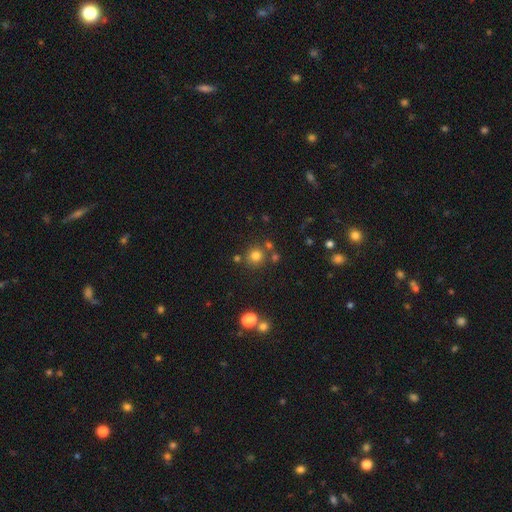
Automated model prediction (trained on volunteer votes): Smooth or featured? Predicted: smooth (p=0.76). How rounded? Predicted: round (p=0.91). Merging? Predicted: none (p=0.76).